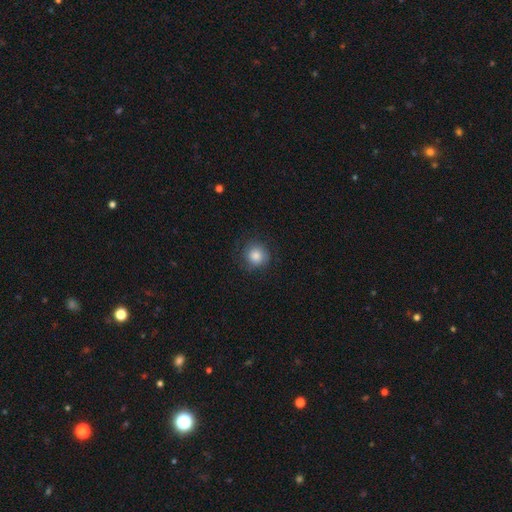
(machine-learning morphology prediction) A smooth galaxy with no disk features (81%) that is round (91%). Merging: none (80%).